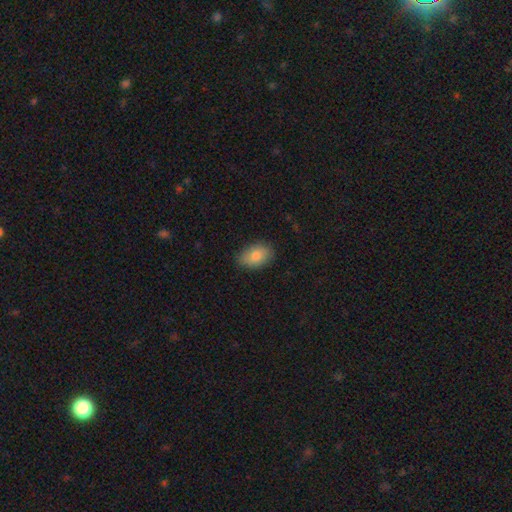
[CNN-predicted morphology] Overall: smooth (82%). How rounded: in between (87%). Merging: none (82%).